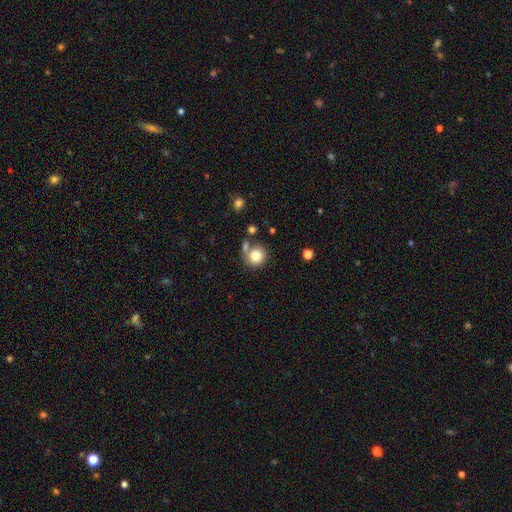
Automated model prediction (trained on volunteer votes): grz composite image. It shows a smooth galaxy with no disk features (80%) that is round (88%). Merging: none (65%).